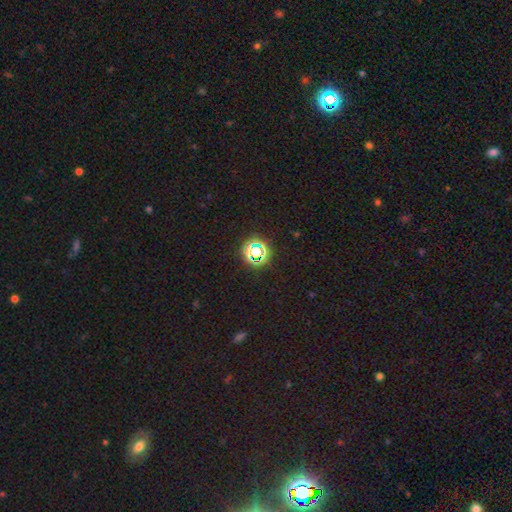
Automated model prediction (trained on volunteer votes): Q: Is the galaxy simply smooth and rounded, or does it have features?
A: star or artifact — 68%.